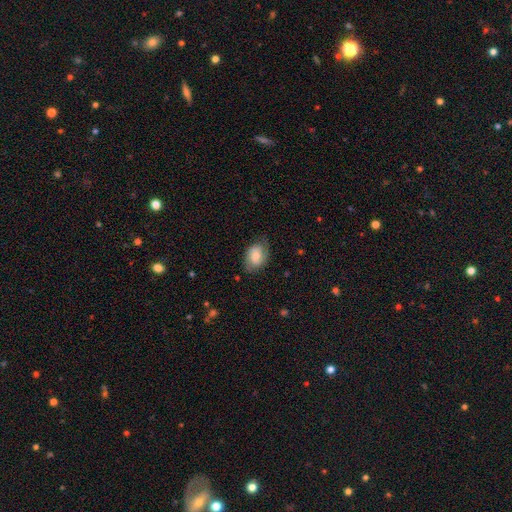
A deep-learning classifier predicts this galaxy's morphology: smooth-or-featured: smooth: 59% | featured or disk: 33% | star or artifact: 8%
  how-rounded: in between: 73% | round: 26% | cigar-shaped: 1%
  merging: none: 70% | minor disturbance: 22% | major disturbance: 7% | merger: 1%